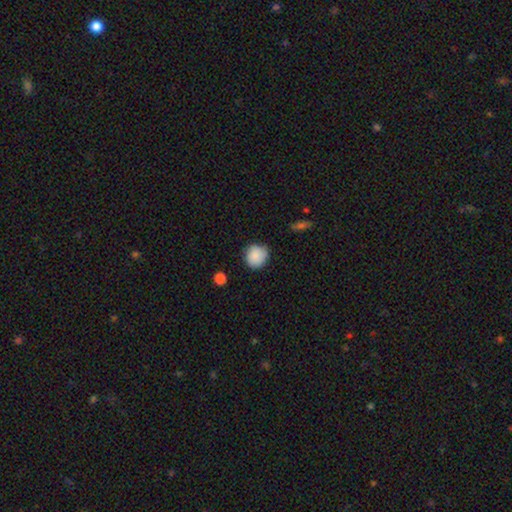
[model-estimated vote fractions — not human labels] This is clearly a smooth galaxy (86%). How rounded: clearly round (85%). Merging: likely none (78%).